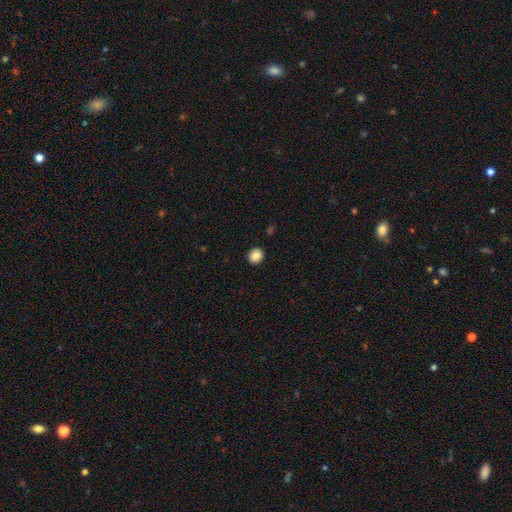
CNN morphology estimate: Smooth or featured? smooth (88%)
How rounded? round (72%)
Merging? none (91%)